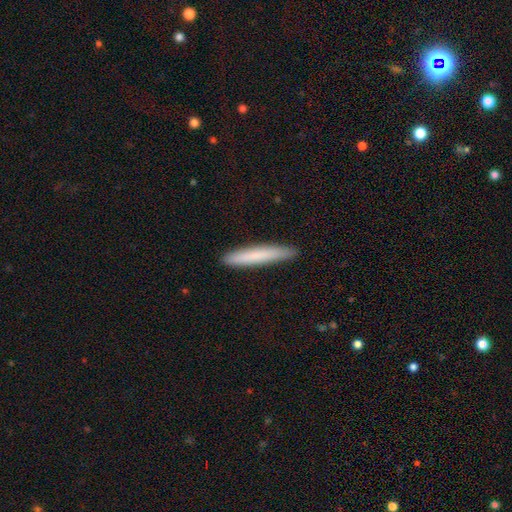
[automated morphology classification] smooth_or_featured: smooth (p=0.77) [alt: featured or disk p=0.17]
how_rounded: cigar-shaped (p=0.95) [alt: in between p=0.04]
merging: none (p=0.90) [alt: minor disturbance p=0.07]